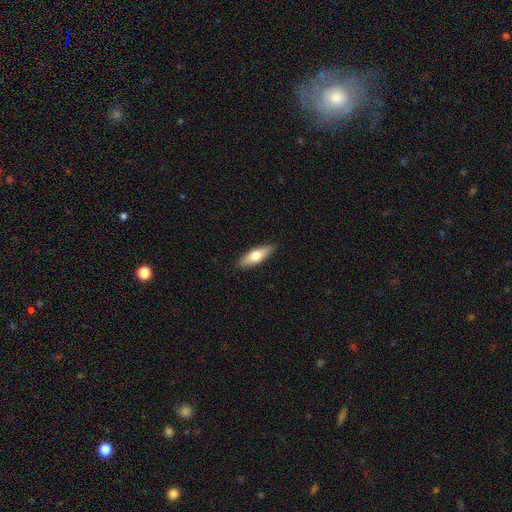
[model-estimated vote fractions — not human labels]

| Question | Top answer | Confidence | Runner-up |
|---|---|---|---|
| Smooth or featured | smooth | 66% | featured or disk (28%) |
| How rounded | in between | 56% | cigar-shaped (42%) |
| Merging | none | 89% | minor disturbance (8%) |